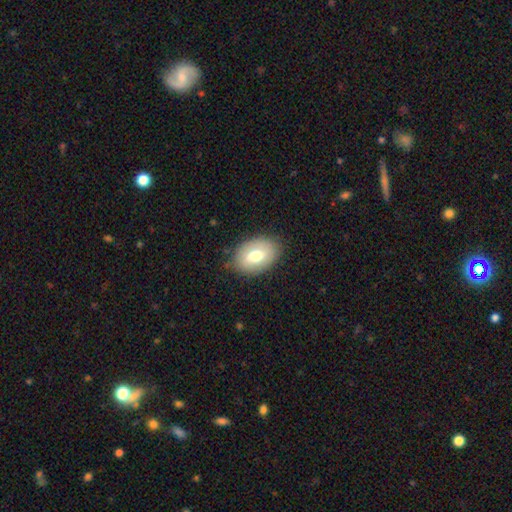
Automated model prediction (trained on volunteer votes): This appears to be a smooth galaxy with no disk features (66%) that is in between round and cigar-shaped (86%). Merging: none (82%).